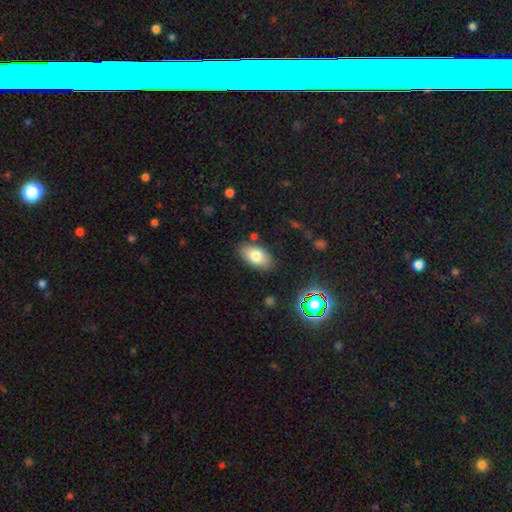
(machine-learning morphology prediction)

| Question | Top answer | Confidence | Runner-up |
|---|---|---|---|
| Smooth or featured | smooth | 78% | featured or disk (13%) |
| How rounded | in between | 92% | round (6%) |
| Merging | none | 82% | minor disturbance (12%) |